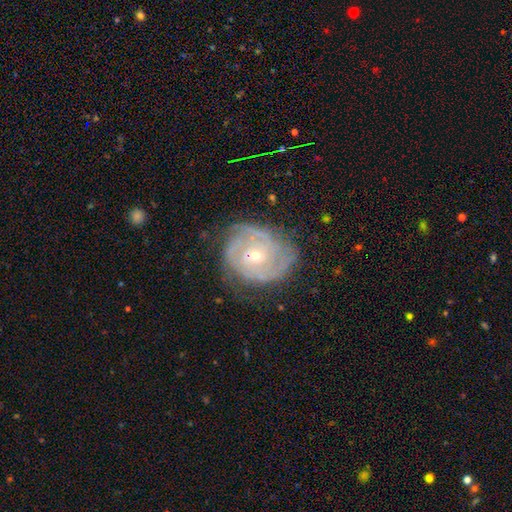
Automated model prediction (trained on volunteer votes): smooth-or-featured: featured or disk: 86% | smooth: 9% | star or artifact: 6%
  disk-edge-on: no: 97% | yes: 3%
    bar: no: 70% | weak: 24% | strong: 5%
    has-spiral-arms: yes: 95% | no: 5%
      spiral-winding: tight: 73% | medium: 23% | loose: 5%
      spiral-arm-count: can't tell: 29% | 2: 28% | 3: 24% | 4: 9% | more than 4: 5% | 1: 5%
    bulge-size: small: 63% | moderate: 34% | large: 1% | none: 1% | dominant: 1%
  merging: none: 70% | minor disturbance: 21% | major disturbance: 8% | merger: 1%